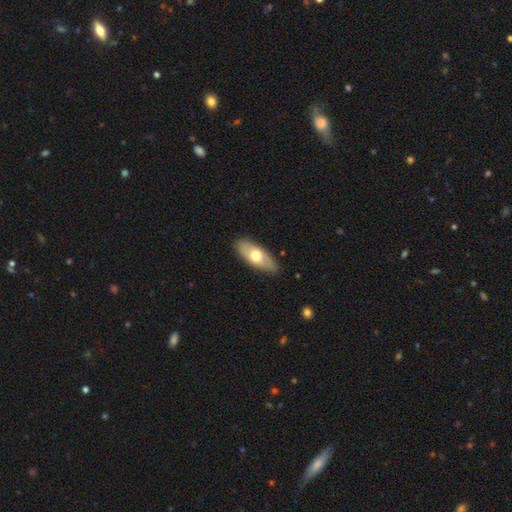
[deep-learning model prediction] A smooth galaxy with no disk features (63%) that is in between round and cigar-shaped (81%). Merging: none (84%).